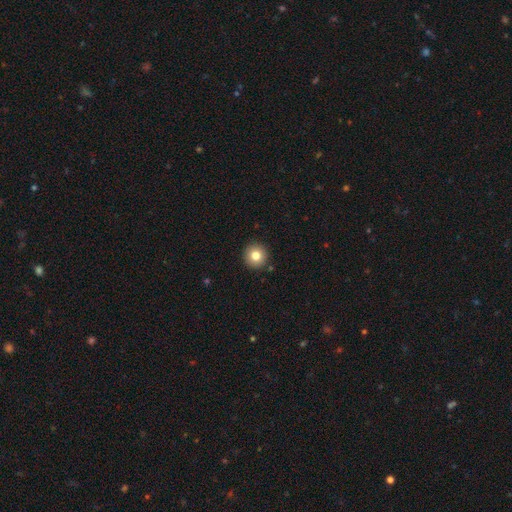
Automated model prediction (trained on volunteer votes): smooth 81%, star or artifact 11%, featured or disk 9%. Down the decision tree: how rounded — round (96%); merging — none (91%).